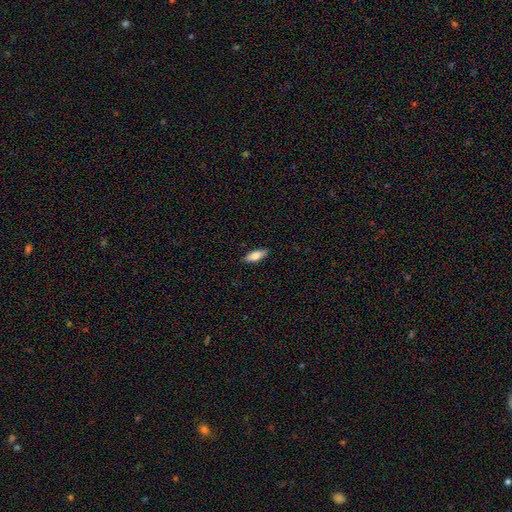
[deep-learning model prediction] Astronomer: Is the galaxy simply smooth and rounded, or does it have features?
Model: smooth — 77%.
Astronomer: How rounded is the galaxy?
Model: in between — 68%.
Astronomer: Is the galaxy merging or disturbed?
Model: none — 87%.